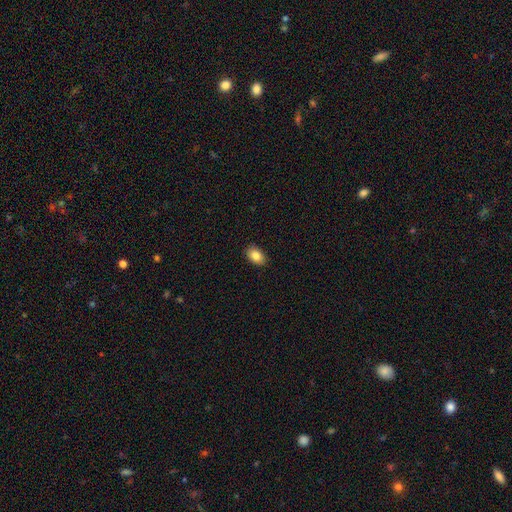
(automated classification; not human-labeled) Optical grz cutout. It shows a smooth galaxy with no disk features (86%) that is in between round and cigar-shaped (86%). Merging: none (88%).